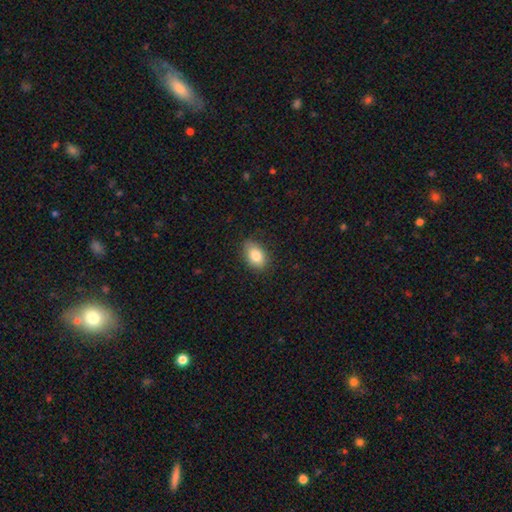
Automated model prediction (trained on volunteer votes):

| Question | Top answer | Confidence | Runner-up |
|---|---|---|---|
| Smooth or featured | smooth | 82% | featured or disk (10%) |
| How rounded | in between | 85% | round (13%) |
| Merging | none | 82% | minor disturbance (14%) |